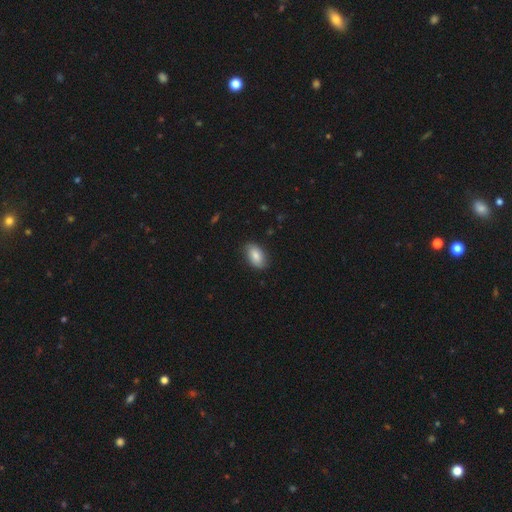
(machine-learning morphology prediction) type=smooth (81%); roundness=in between (92%); merging=none (83%).